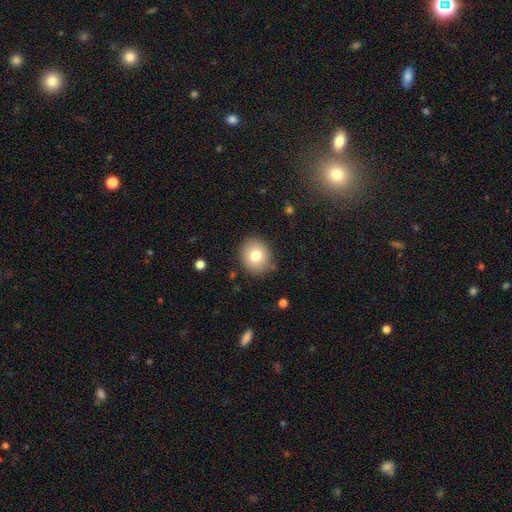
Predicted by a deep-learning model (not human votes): A smooth galaxy with no disk features (79%) that is round (74%).

Vote fractions:
- Smooth or featured? smooth: 79% / featured or disk: 12% / star or artifact: 10%
- How rounded? round: 74% / in between: 25% / cigar-shaped: 1%
- Merging? none: 85% / minor disturbance: 11% / major disturbance: 3% / merger: 2%